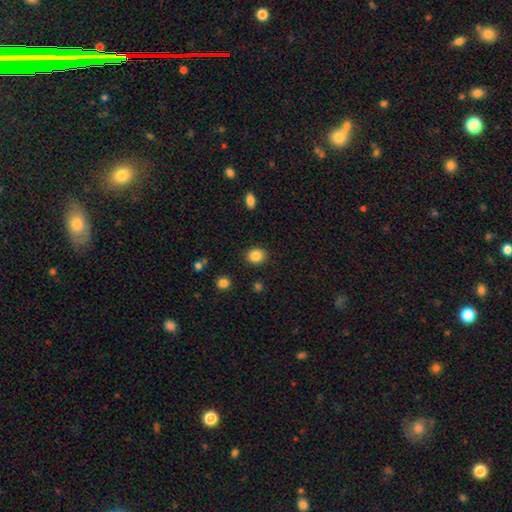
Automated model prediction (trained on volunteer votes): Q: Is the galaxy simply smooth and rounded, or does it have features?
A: smooth — 86%.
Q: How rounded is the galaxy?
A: round — 75%.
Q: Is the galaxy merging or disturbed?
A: none — 90%.